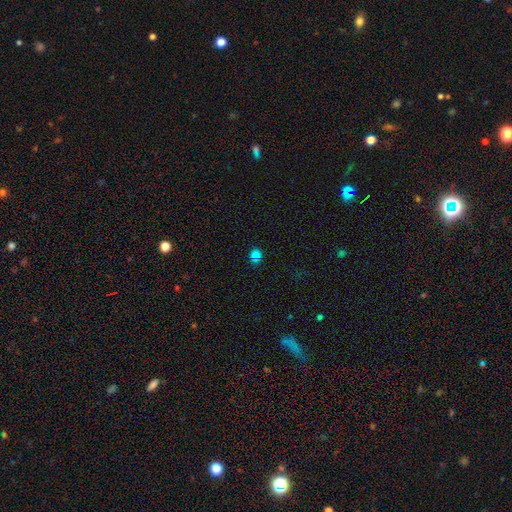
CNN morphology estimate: Smooth or featured?
  - smooth: 78% *
  - star or artifact: 17%
  - featured or disk: 4%
How rounded?
  - round: 68% *
  - in between: 31%
  - cigar-shaped: 1%
Merging?
  - none: 77% *
  - minor disturbance: 16%
  - merger: 4%
  - major disturbance: 4%